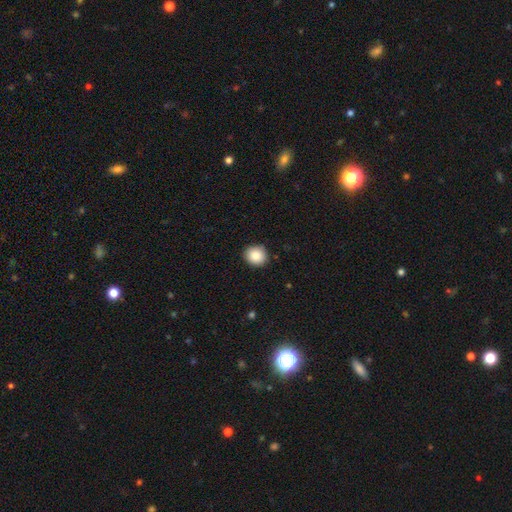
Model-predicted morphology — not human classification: Smooth or featured? Predicted: smooth (p=0.87). How rounded? Predicted: round (p=0.85). Merging? Predicted: none (p=0.90).